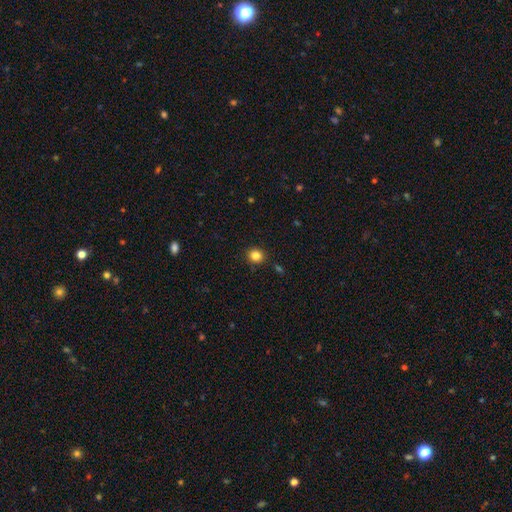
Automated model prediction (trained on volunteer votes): Smooth or featured? smooth (83%)
How rounded? round (85%)
Merging? none (89%)